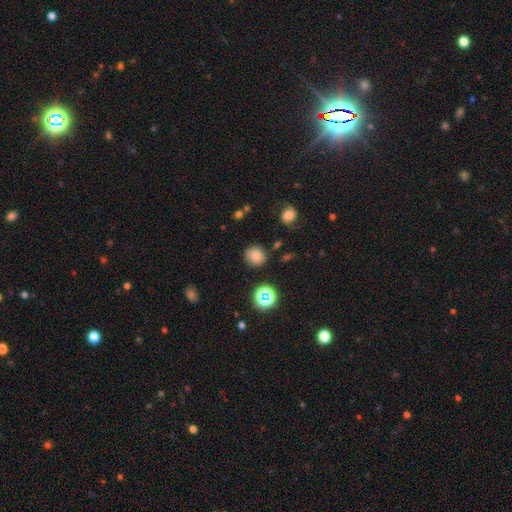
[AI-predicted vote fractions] Smooth or featured? Predicted: smooth (p=0.77). How rounded? Predicted: round (p=0.86). Merging? Predicted: none (p=0.81).